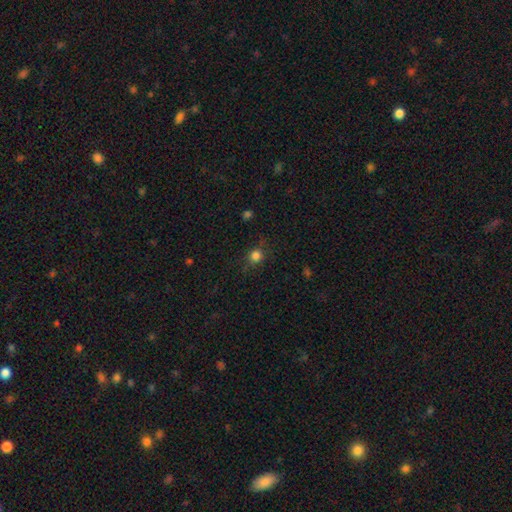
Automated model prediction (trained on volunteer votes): Morphology: type=smooth (80%); roundness=round (87%); merging=none (79%).